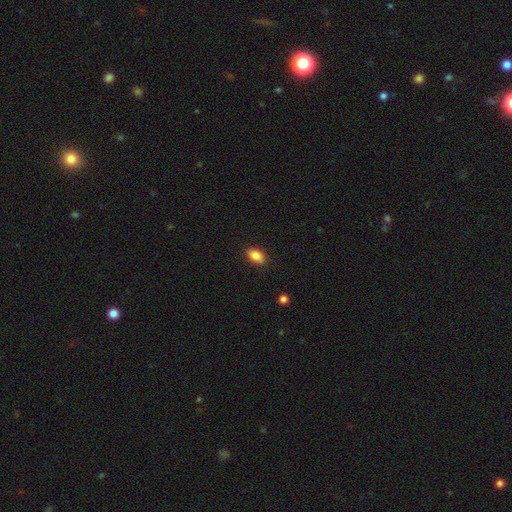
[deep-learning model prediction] Overall: smooth (85%). How rounded: in between (87%). Merging: none (83%).